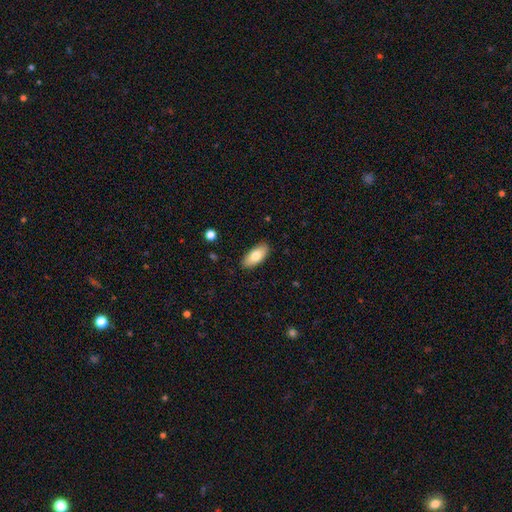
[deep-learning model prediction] Smooth or featured?
  - smooth: 77% *
  - featured or disk: 16%
  - star or artifact: 6%
How rounded?
  - in between: 88% *
  - cigar-shaped: 9%
  - round: 2%
Merging?
  - none: 88% *
  - minor disturbance: 9%
  - major disturbance: 2%
  - merger: 1%